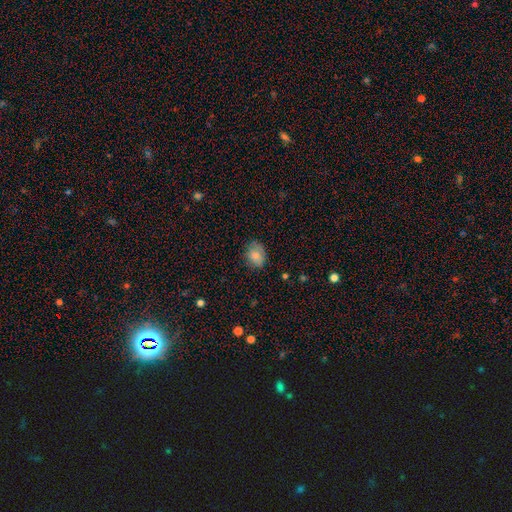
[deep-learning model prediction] smooth-or-featured: smooth: 82% | featured or disk: 10% | star or artifact: 9%
  how-rounded: in between: 57% | round: 42% | cigar-shaped: 1%
  merging: none: 72% | minor disturbance: 22% | major disturbance: 5% | merger: 1%